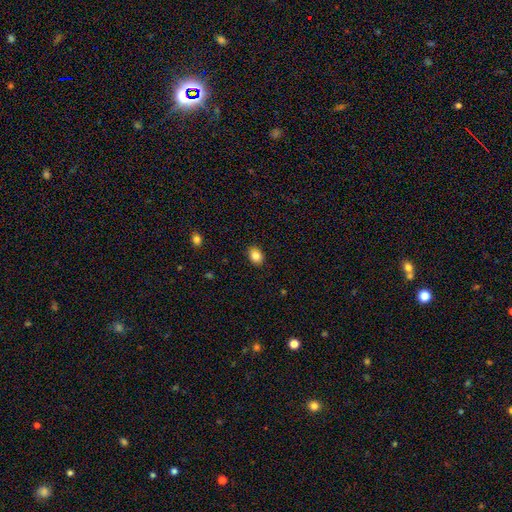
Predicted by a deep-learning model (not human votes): The model was most divided on "how rounded": in between: 58%, round: 42%, cigar-shaped: 1%. More confident: merging — none (87%); smooth or featured — smooth (86%).